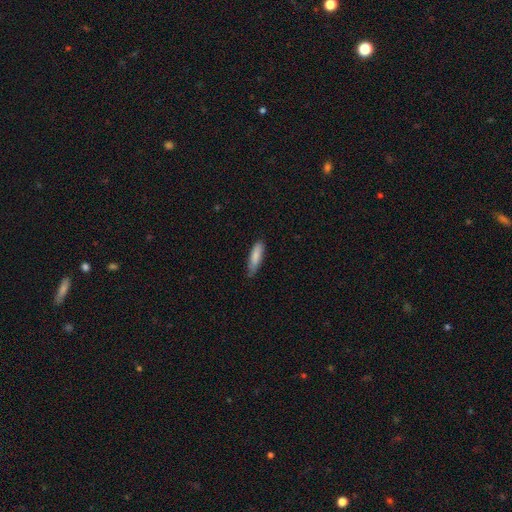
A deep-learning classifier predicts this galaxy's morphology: A smooth galaxy with no disk features (83%) that is cigar-shaped (63%).

Vote fractions:
- Smooth or featured? smooth: 83% / featured or disk: 11% / star or artifact: 6%
- How rounded? cigar-shaped: 63% / in between: 36% / round: 1%
- Merging? none: 73% / minor disturbance: 22% / major disturbance: 3% / merger: 1%